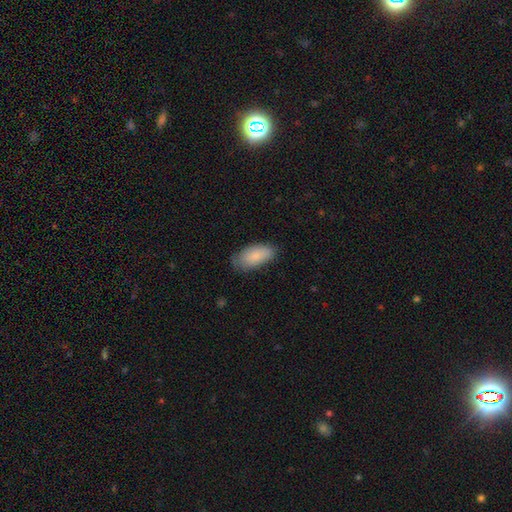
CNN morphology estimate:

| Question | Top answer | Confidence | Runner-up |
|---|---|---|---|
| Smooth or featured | smooth | 84% | featured or disk (10%) |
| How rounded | in between | 92% | cigar-shaped (5%) |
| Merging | none | 69% | minor disturbance (26%) |